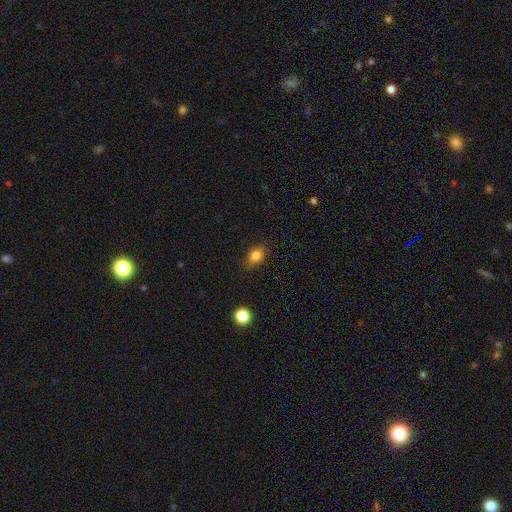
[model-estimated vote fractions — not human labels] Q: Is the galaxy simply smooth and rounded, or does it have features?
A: smooth — 83%.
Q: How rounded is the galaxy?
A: in between — 66%.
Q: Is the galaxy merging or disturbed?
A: none — 84%.